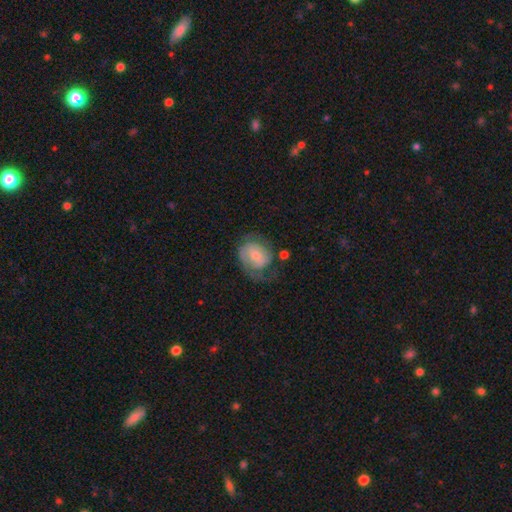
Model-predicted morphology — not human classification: type=featured or disk (61%); edge-on=no (97%); bar=no (46%); spiral arms=yes (85%); winding=medium (42%); arm count=2 (58%); bulge=small (46%); merging=none (43%).